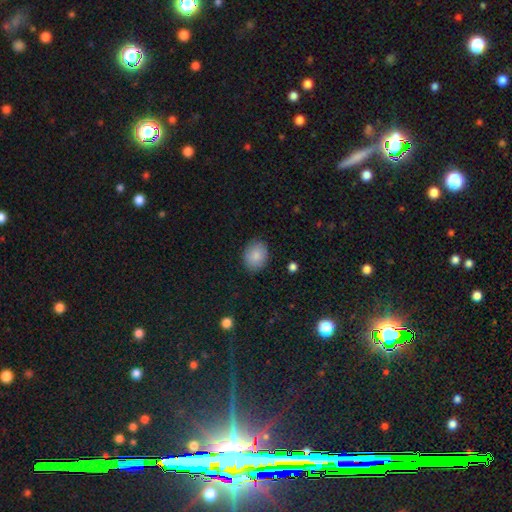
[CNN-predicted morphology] smooth 85%, featured or disk 8%, star or artifact 7%. Down the decision tree: how rounded — in between (54%); merging — none (85%).